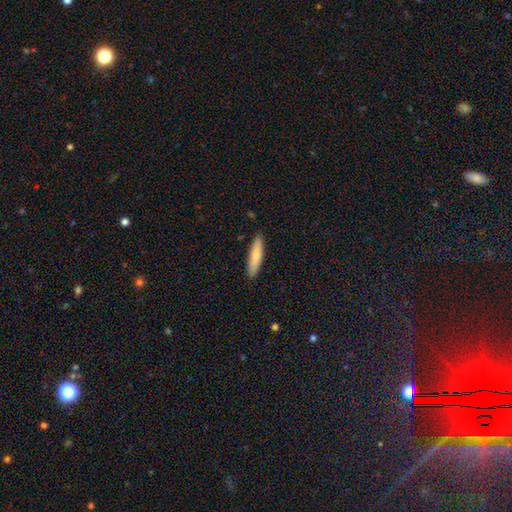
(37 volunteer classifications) A smooth galaxy with no disk features (76%) that is cigar-shaped (71%).

Vote fractions:
- Smooth or featured? smooth: 76% / featured or disk: 22% / star or artifact: 3%
- How rounded? cigar-shaped: 71% / in between: 25% / round: 4%
- Merging? none: 89% / minor disturbance: 6% / major disturbance: 3% / merger: 3%